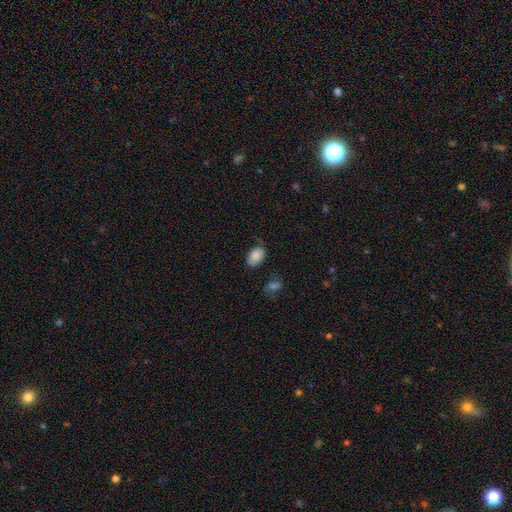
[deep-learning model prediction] smooth_or_featured: smooth (p=0.85) [alt: star or artifact p=0.08]
how_rounded: in between (p=0.89) [alt: round p=0.10]
merging: none (p=0.70) [alt: minor disturbance p=0.21]